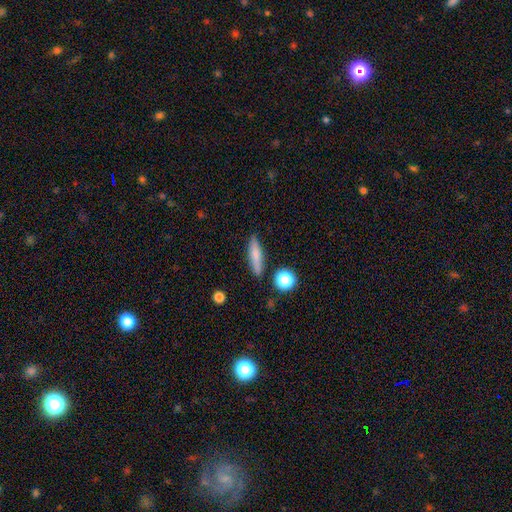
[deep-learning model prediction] smooth 73%, featured or disk 19%, star or artifact 8%. Down the decision tree: how rounded — cigar-shaped (70%); merging — none (82%).